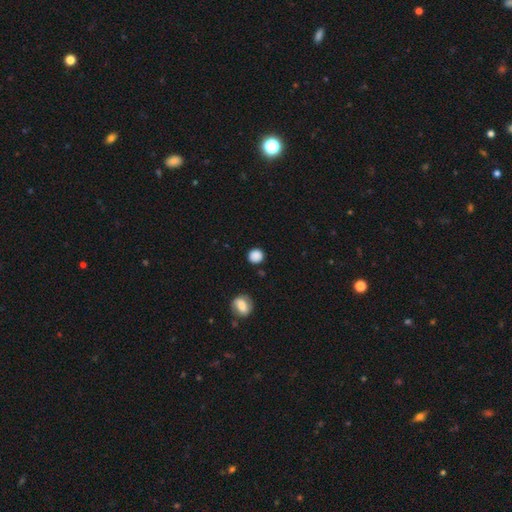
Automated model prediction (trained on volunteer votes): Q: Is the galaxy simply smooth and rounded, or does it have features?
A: smooth — 85%.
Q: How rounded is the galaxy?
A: round — 88%.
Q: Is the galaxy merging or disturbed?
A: none — 85%.